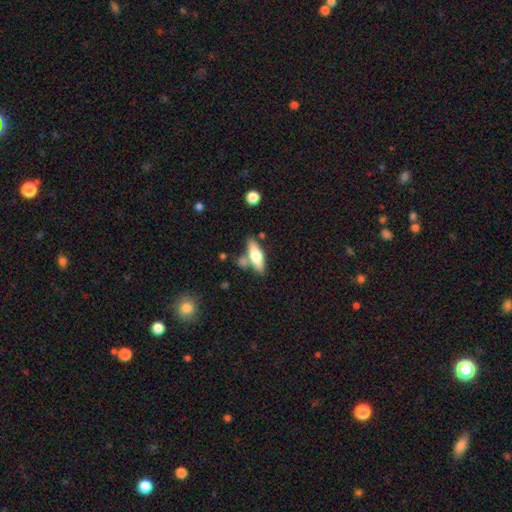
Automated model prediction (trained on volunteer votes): smooth-or-featured: smooth: 53% | featured or disk: 41% | star or artifact: 6%
  how-rounded: in between: 51% | cigar-shaped: 46% | round: 3%
  merging: none: 67% | minor disturbance: 14% | merger: 14% | major disturbance: 4%